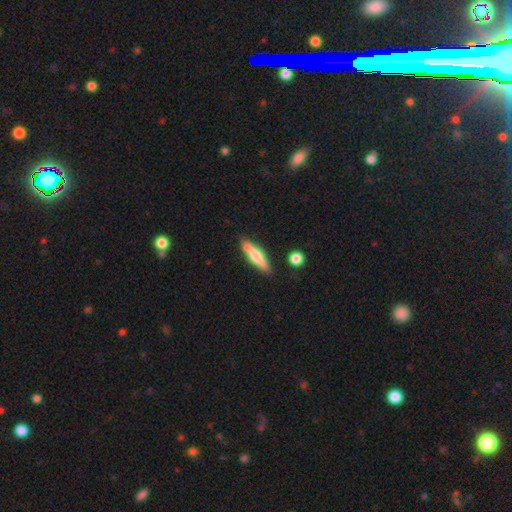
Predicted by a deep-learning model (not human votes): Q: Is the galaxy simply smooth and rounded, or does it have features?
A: smooth — 54%.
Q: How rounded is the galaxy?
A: cigar-shaped — 74%.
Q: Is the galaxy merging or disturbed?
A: none — 74%.